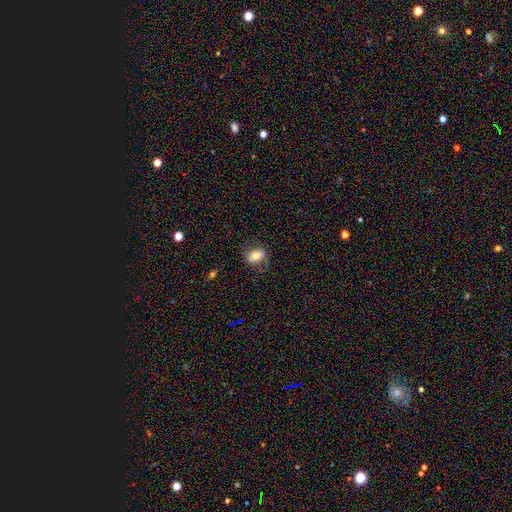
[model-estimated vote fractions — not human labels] smooth 69%, featured or disk 22%, star or artifact 9%. Down the decision tree: how rounded — in between (71%); merging — none (73%).